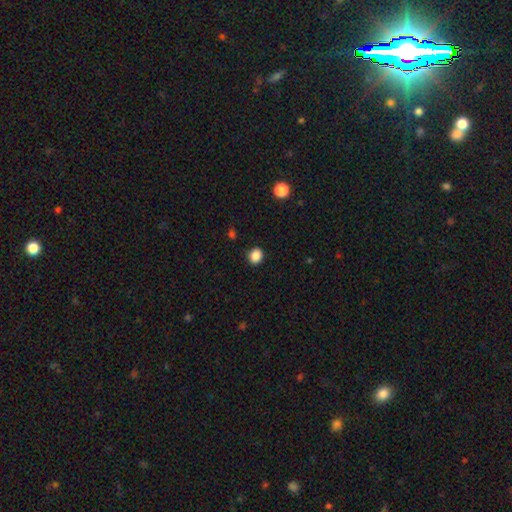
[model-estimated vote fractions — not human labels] A smooth galaxy with no disk features (87%) that is round (75%). Merging: none (90%).